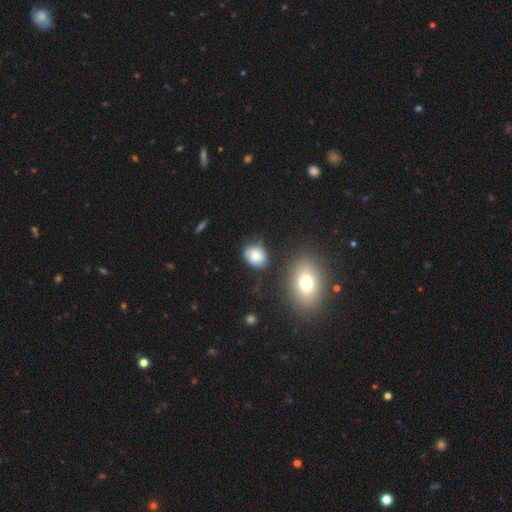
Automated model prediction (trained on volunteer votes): The model was most divided on "how rounded" (2-way tie): in between: 49%, round: 49%, cigar-shaped: 1%. More confident: smooth or featured — smooth (69%); merging — none (68%).